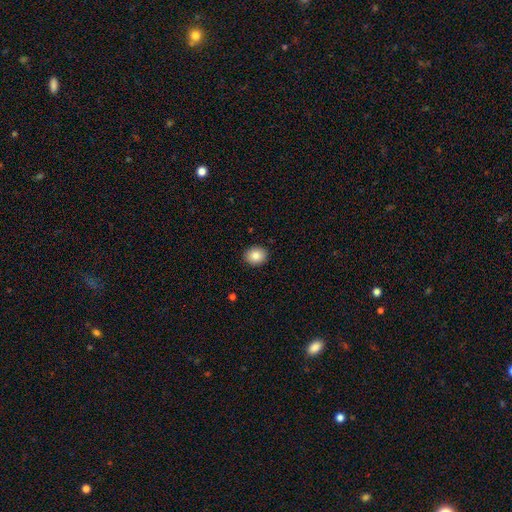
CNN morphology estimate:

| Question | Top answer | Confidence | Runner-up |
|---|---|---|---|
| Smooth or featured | smooth | 85% | star or artifact (9%) |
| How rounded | round | 56% | in between (43%) |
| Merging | none | 91% | minor disturbance (7%) |